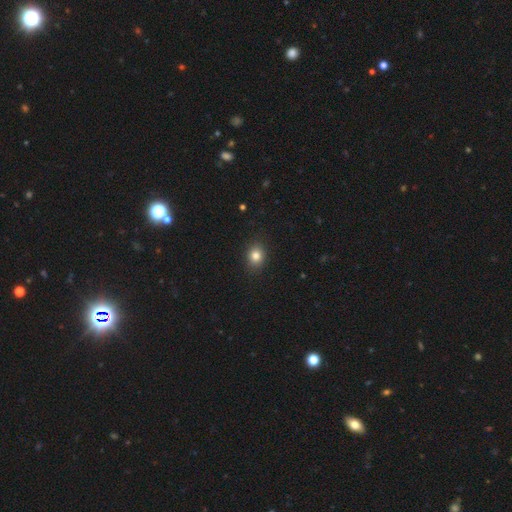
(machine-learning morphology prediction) Q: Smooth or featured?
A: smooth (83%); runner-up: star or artifact (11%)
Q: How rounded?
A: round (54%); runner-up: in between (45%)
Q: Merging?
A: none (89%); runner-up: minor disturbance (8%)